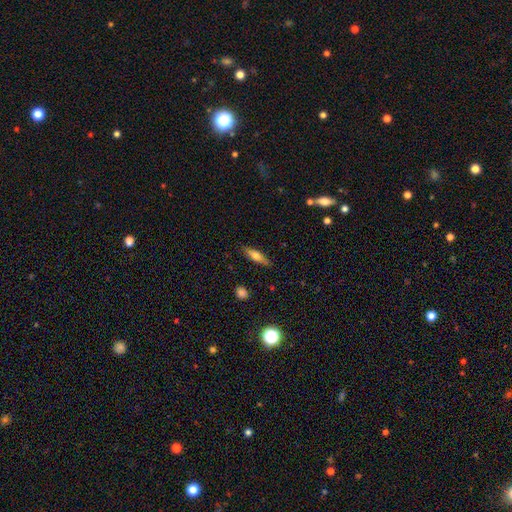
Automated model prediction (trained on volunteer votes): This appears to be a smooth galaxy with no disk features (50%) that is cigar-shaped (62%). Merging: none (86%).